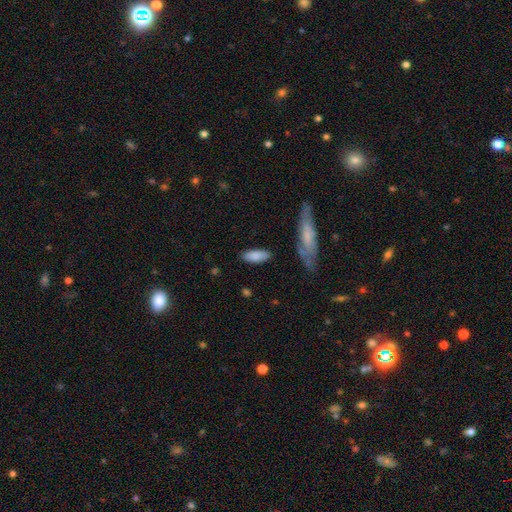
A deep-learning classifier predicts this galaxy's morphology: smooth-or-featured: smooth: 83% | featured or disk: 11% | star or artifact: 6%
  how-rounded: in between: 76% | cigar-shaped: 22% | round: 2%
  merging: none: 81% | minor disturbance: 13% | major disturbance: 3% | merger: 3%